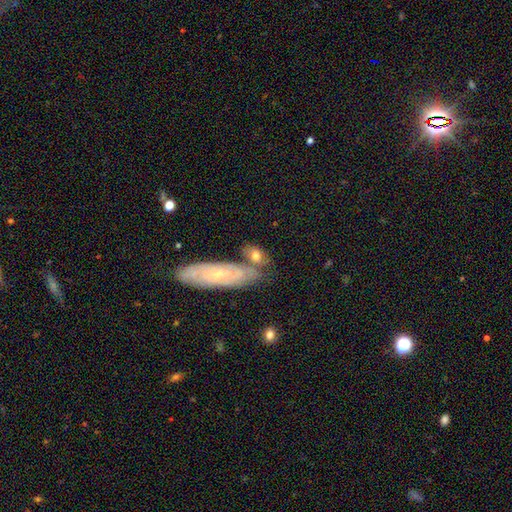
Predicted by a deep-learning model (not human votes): smooth-or-featured: smooth: 62% | featured or disk: 31% | star or artifact: 8%
  how-rounded: in between: 69% | round: 18% | cigar-shaped: 13%
  merging: none: 51% | merger: 26% | minor disturbance: 17% | major disturbance: 6%